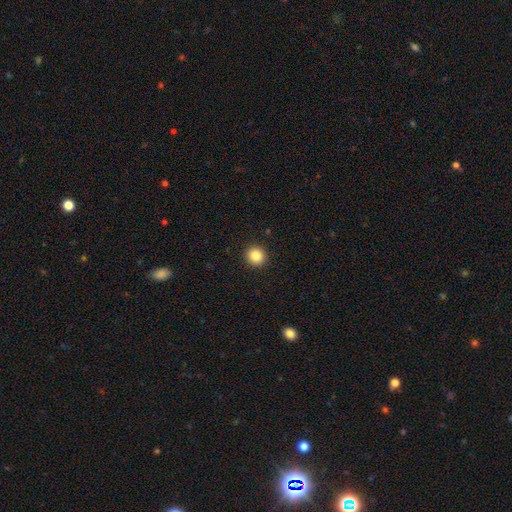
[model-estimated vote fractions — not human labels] Smooth or featured? Predicted: smooth (p=0.86). How rounded? Predicted: round (p=0.90). Merging? Predicted: none (p=0.92).